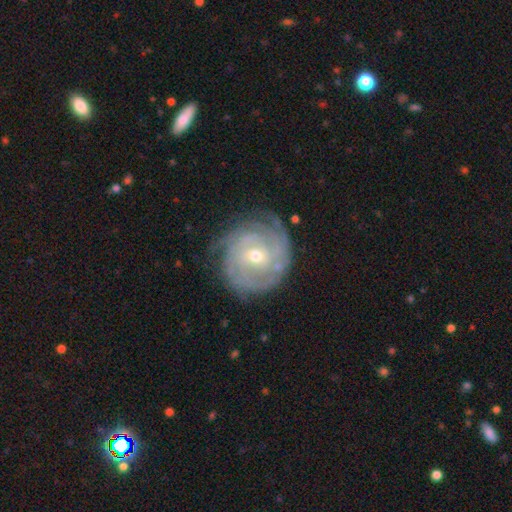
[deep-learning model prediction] This appears to be a featured or disk galaxy (83%) with no bar (62%), tight (76%) spiral arms (93%) and a small central bulge (49%). Merging: none (73%).